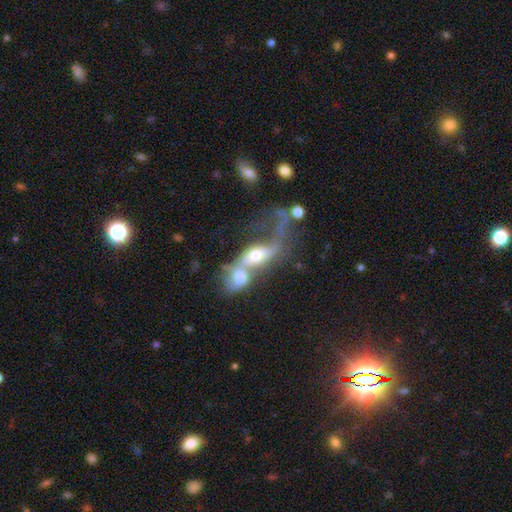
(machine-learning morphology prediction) featured or disk 52%, smooth 38%, star or artifact 10%. Down the decision tree: edge-on disk — no (87%); merging — merger (79%).